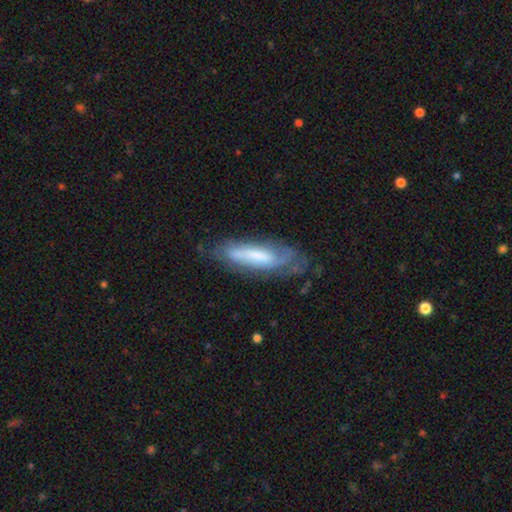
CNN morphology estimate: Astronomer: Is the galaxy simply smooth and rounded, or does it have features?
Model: featured or disk — 53% (runner-up: smooth, 39%).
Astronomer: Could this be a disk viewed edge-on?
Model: no — 68%.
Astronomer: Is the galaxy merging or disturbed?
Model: none — 58%.